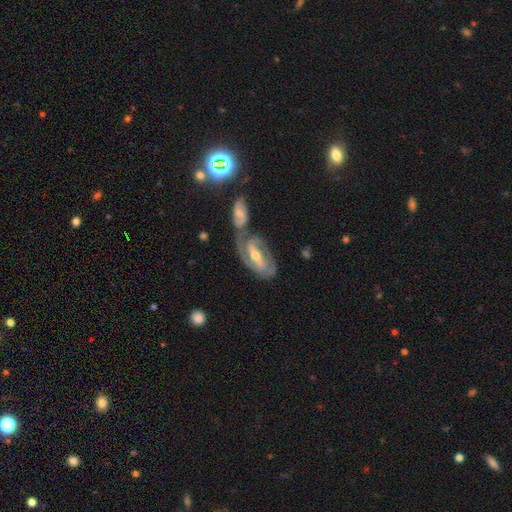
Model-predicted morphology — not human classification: The model was most divided on "bulge size": moderate: 50%, small: 45%, large: 2%, none: 1%, dominant: 1%. Remaining: edge-on disk — no (94%); spiral arms — yes (94%); smooth or featured — featured or disk (84%); spiral arm count — 2 (78%); bar — strong (53%); merging — none (51%); spiral winding — tight (49%).